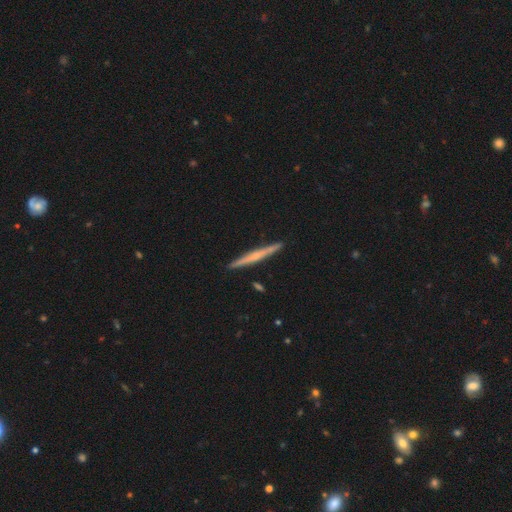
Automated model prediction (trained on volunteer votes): featured or disk 57%, smooth 37%, star or artifact 6%. Down the decision tree: edge-on disk — yes (98%); edge-on bulge — none (52%); merging — none (91%).